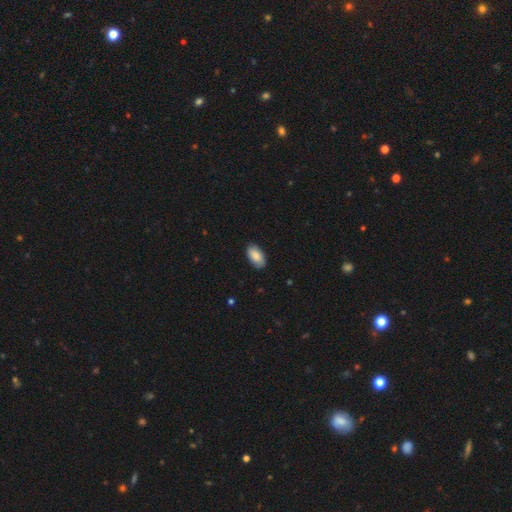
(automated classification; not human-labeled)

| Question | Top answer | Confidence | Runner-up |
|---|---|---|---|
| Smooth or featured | smooth | 86% | featured or disk (8%) |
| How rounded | in between | 95% | round (3%) |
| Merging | none | 86% | minor disturbance (11%) |